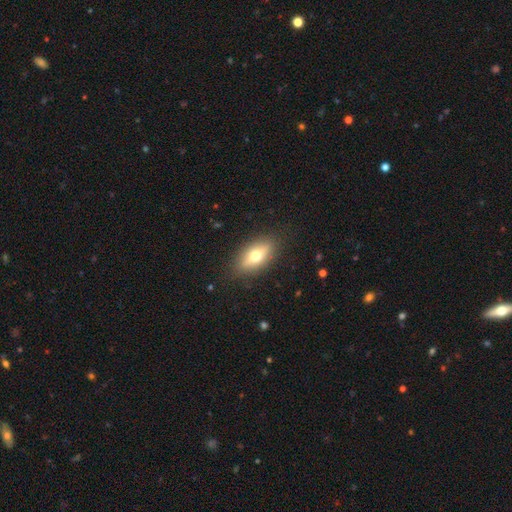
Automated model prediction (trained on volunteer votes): This is likely a smooth galaxy (62%). How rounded: likely in between (80%). Merging: clearly none (85%).